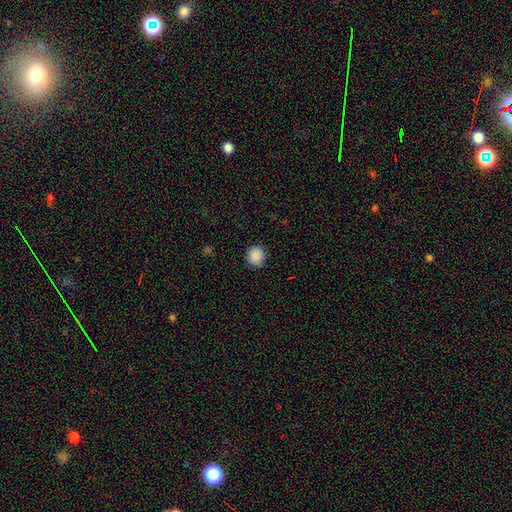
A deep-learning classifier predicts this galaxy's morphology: The model was most divided on "how rounded": round: 88%, in between: 11%, cigar-shaped: 1%. More confident: merging — none (91%); smooth or featured — smooth (89%).